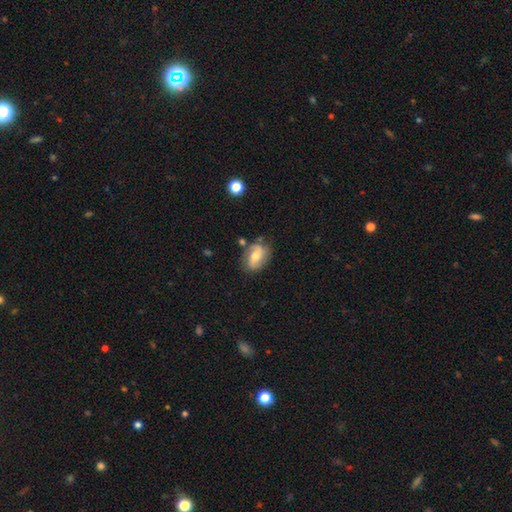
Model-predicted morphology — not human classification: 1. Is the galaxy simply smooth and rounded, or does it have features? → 48% featured or disk, 44% smooth, 9% star or artifact.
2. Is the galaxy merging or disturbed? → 69% none, 20% minor disturbance, 5% major disturbance, 5% merger.